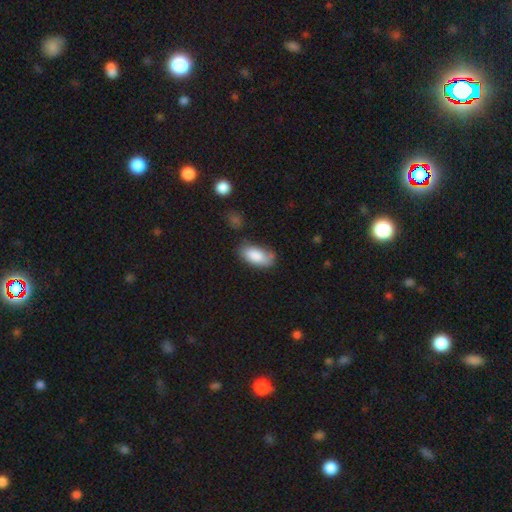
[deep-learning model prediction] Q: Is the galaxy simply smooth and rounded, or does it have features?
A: smooth — 86%.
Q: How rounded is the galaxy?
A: in between — 92%.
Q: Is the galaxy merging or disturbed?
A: none — 66%.